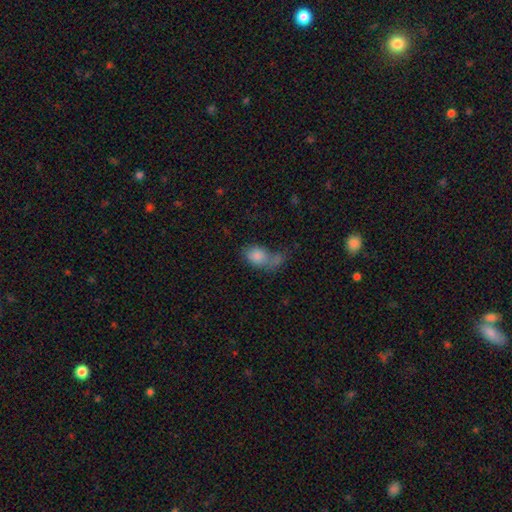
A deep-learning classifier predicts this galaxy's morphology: This is likely a smooth galaxy (79%). How rounded: likely in between (70%). Merging: marginally merger (39%).